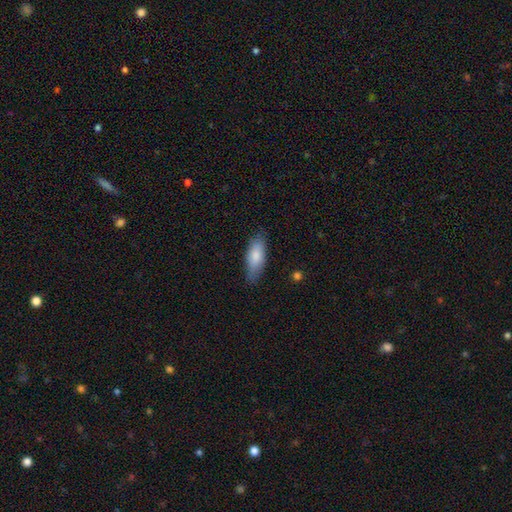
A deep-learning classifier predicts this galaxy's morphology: Smooth or featured: smooth — 80% (featured or disk — 14%)
How rounded: in between — 77% (cigar-shaped — 22%)
Merging: none — 77% (minor disturbance — 18%)